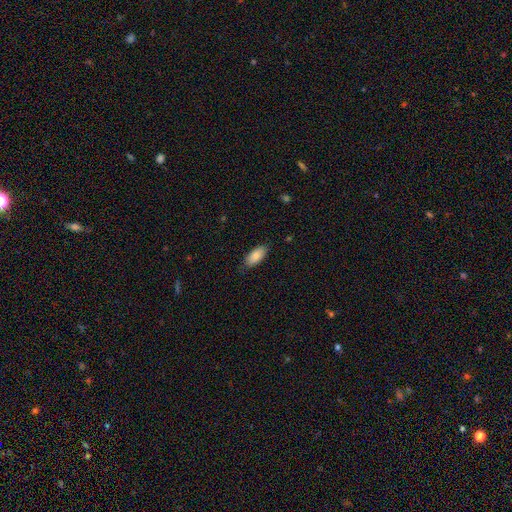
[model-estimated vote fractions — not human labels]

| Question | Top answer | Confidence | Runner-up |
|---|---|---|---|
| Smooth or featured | smooth | 86% | featured or disk (8%) |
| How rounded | in between | 88% | cigar-shaped (10%) |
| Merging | none | 83% | minor disturbance (14%) |